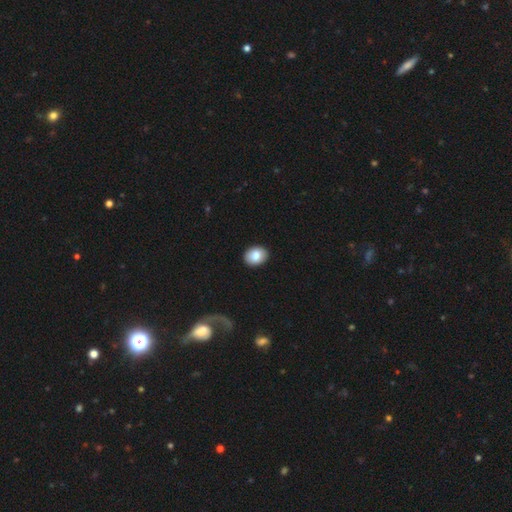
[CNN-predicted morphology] A smooth galaxy with no disk features (85%) that is in between round and cigar-shaped (61%).

Vote fractions:
- Smooth or featured? smooth: 85% / featured or disk: 8% / star or artifact: 7%
- How rounded? in between: 61% / round: 38% / cigar-shaped: 1%
- Merging? none: 90% / minor disturbance: 7% / major disturbance: 2% / merger: 1%